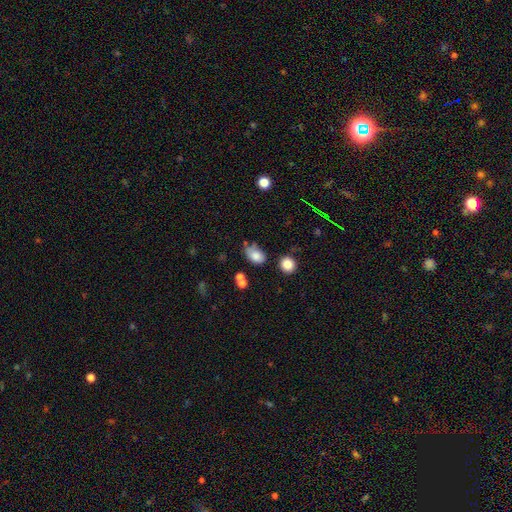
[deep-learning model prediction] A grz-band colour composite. It shows a smooth galaxy with no disk features (79%) that is in between round and cigar-shaped (83%). Merging: none (53%).